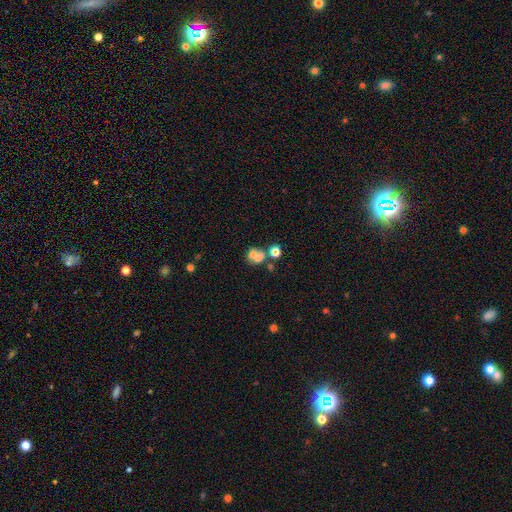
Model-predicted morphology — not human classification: A smooth galaxy with no disk features (62%) that is round (63%).

Vote fractions:
- Smooth or featured? smooth: 62% / featured or disk: 24% / star or artifact: 14%
- How rounded? round: 63% / in between: 36% / cigar-shaped: 1%
- Merging? merger: 52% / none: 28% / minor disturbance: 10% / major disturbance: 10%